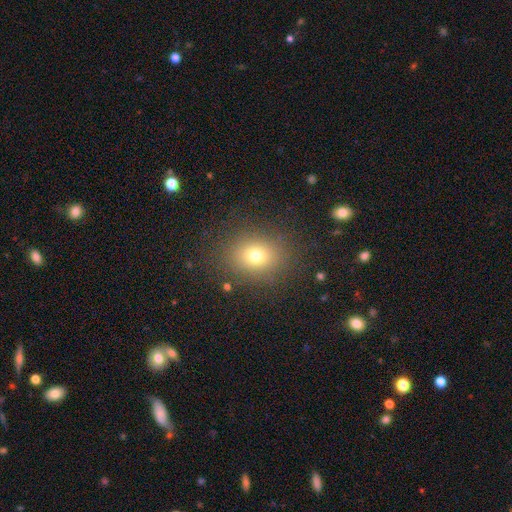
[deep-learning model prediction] smooth-or-featured: smooth: 74% | star or artifact: 16% | featured or disk: 11%
  how-rounded: round: 55% | in between: 44% | cigar-shaped: 1%
  merging: none: 85% | minor disturbance: 9% | major disturbance: 5% | merger: 1%